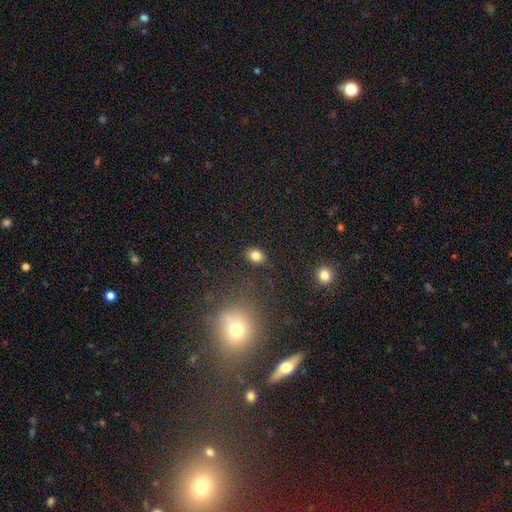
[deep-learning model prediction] The model was most divided on "how rounded": in between: 65%, round: 33%, cigar-shaped: 1%. More confident: merging — none (86%); smooth or featured — smooth (81%).